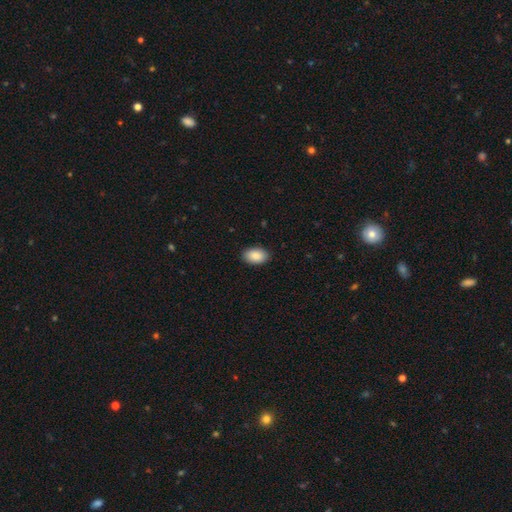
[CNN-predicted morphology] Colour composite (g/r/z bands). It shows a smooth galaxy with no disk features (88%) that is in between round and cigar-shaped (92%). Merging: none (90%).